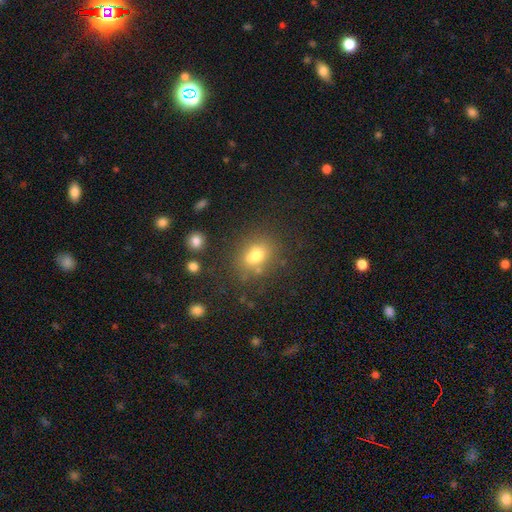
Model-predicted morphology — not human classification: A smooth galaxy with no disk features (73%) that is in between round and cigar-shaped (54%). Merging: none (72%).